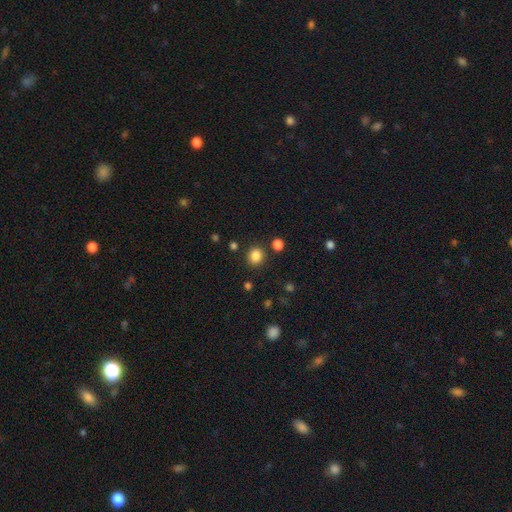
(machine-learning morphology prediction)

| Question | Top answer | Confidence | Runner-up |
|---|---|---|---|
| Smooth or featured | smooth | 84% | star or artifact (12%) |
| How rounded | round | 78% | in between (21%) |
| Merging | none | 85% | minor disturbance (8%) |